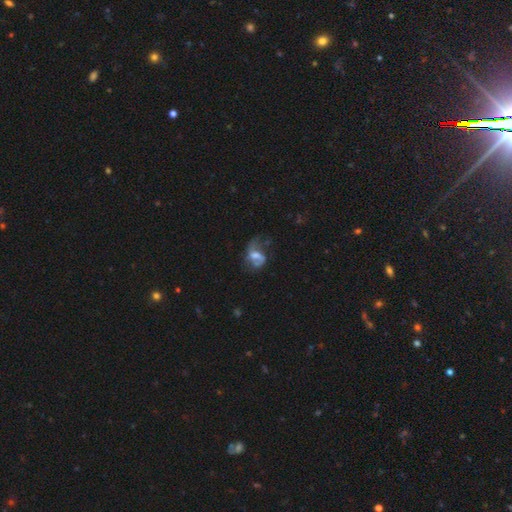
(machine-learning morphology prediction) The model was most divided on "bar": weak: 43%, no: 41%, strong: 16%. Remaining: edge-on disk — no (97%); spiral arms — yes (71%); smooth or featured — featured or disk (63%); merging — major disturbance (38%); bulge size — moderate (38%).